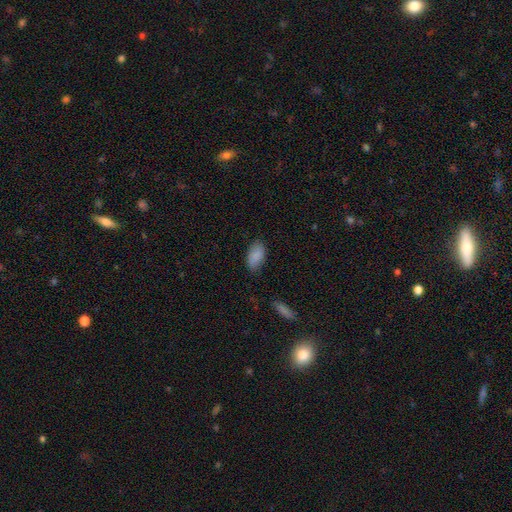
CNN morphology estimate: Smooth or featured?
  - smooth: 87% *
  - star or artifact: 7%
  - featured or disk: 6%
How rounded?
  - in between: 94% *
  - cigar-shaped: 3%
  - round: 3%
Merging?
  - none: 77% *
  - minor disturbance: 18%
  - major disturbance: 4%
  - merger: 1%